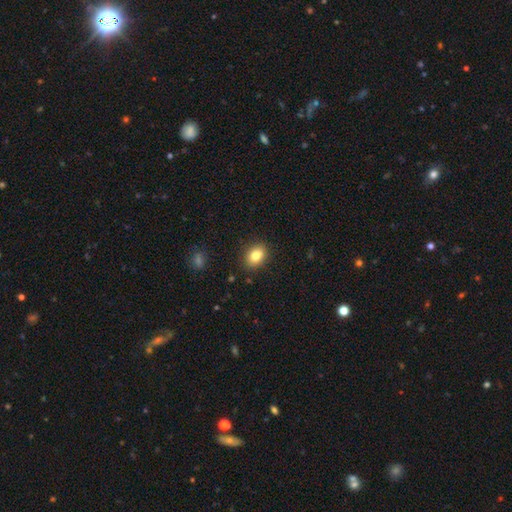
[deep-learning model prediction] This appears to be a smooth galaxy with no disk features (82%) that is in between round and cigar-shaped (71%). Merging: none (88%).